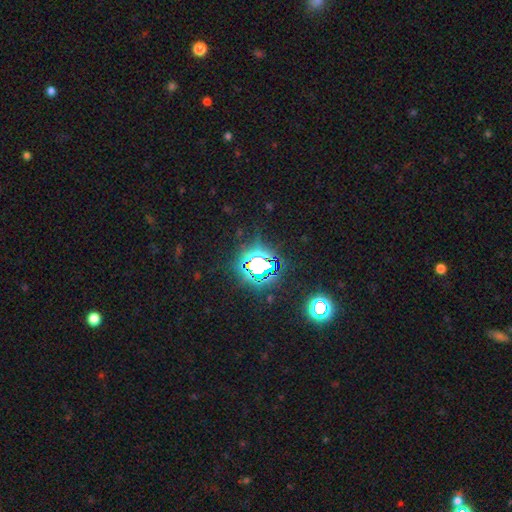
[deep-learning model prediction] The model was most divided on "smooth or featured": star or artifact: 81%, smooth: 13%, featured or disk: 7%.